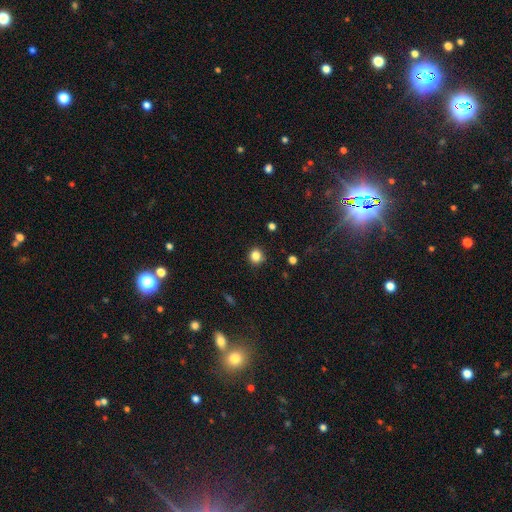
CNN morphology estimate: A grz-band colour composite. It shows a smooth galaxy with no disk features (84%) that is round (91%). Merging: none (89%).